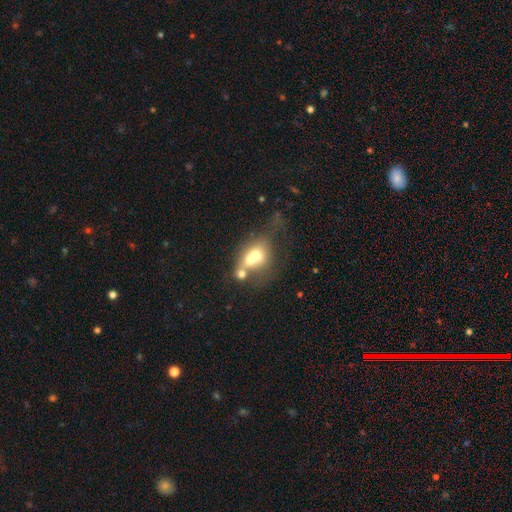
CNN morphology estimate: Smooth or featured: smooth — 55% (featured or disk — 33%)
How rounded: in between — 54% (round — 44%)
Merging: merger — 60% (none — 21%)